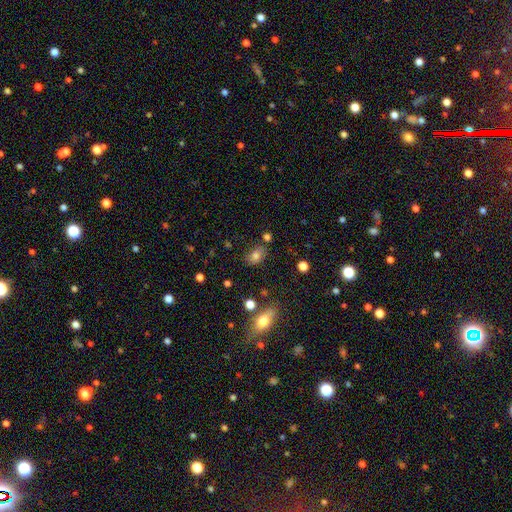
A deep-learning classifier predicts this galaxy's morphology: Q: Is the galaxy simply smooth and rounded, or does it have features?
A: smooth — 77%.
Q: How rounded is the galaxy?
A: in between — 79%.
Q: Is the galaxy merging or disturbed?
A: none — 72%.